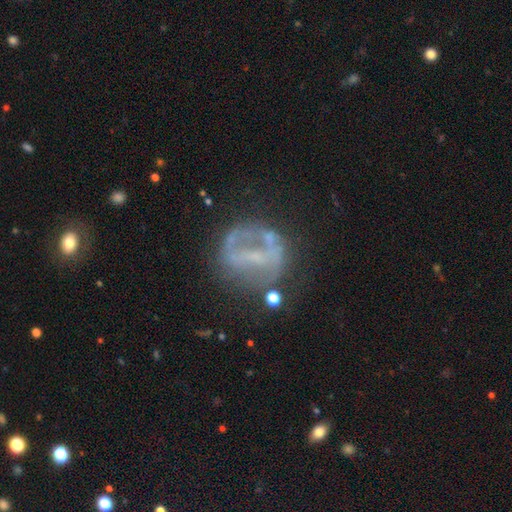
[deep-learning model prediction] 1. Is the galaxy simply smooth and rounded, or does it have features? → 64% featured or disk, 21% smooth, 15% star or artifact.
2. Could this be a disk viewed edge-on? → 94% no, 6% yes.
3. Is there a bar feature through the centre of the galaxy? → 41% strong, 30% no, 28% weak.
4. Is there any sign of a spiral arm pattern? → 68% no, 32% yes.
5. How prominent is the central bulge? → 44% small (tied), 44% none (tied), 10% moderate, 1% large, 1% dominant.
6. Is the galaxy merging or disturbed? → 53% none, 22% major disturbance, 19% minor disturbance, 6% merger.